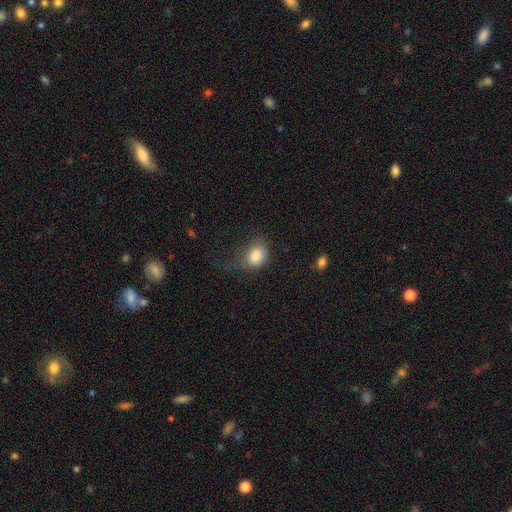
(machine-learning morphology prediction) Smooth or featured? smooth (82%)
How rounded? in between (55%)
Merging? none (41%)